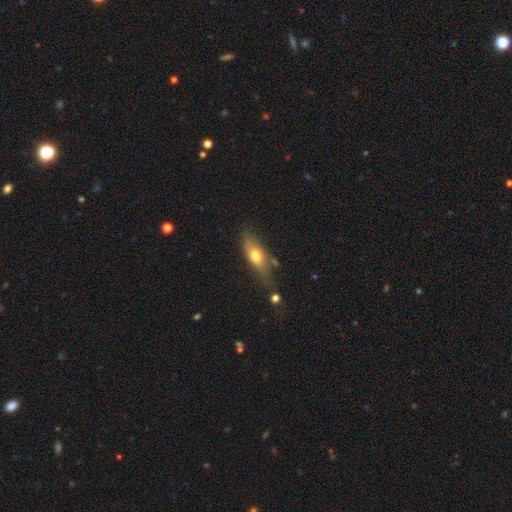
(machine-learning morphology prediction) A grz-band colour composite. It shows a smooth galaxy with no disk features (65%) that is in between round and cigar-shaped (65%). Merging: none (66%).